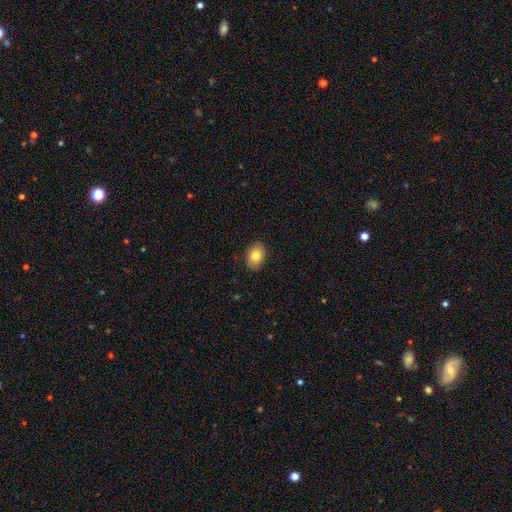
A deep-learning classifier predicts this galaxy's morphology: smooth 82%, featured or disk 10%, star or artifact 8%. Down the decision tree: how rounded — in between (76%); merging — none (88%).